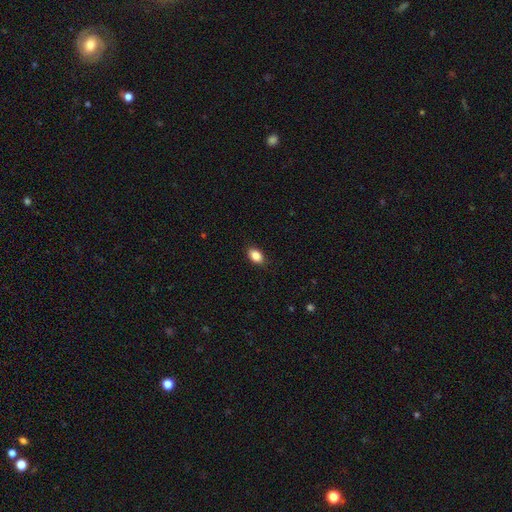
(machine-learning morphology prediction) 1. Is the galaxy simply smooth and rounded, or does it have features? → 87% smooth, 8% star or artifact, 5% featured or disk.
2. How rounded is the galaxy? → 86% in between, 12% round, 2% cigar-shaped.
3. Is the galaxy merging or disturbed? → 88% none, 9% minor disturbance, 2% major disturbance, 1% merger.